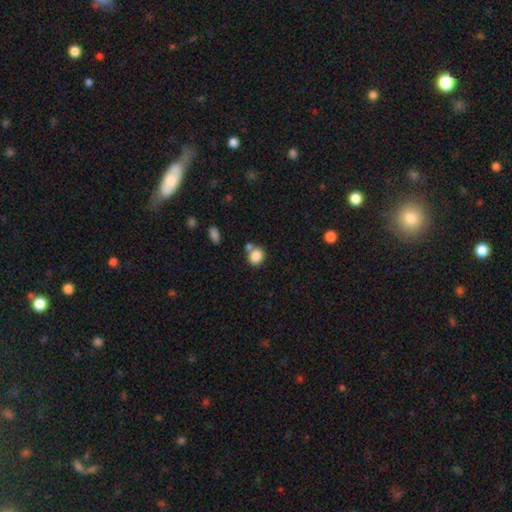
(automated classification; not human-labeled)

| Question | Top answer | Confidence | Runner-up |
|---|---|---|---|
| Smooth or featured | smooth | 85% | star or artifact (10%) |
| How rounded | round | 70% | in between (29%) |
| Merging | none | 61% | merger (23%) |